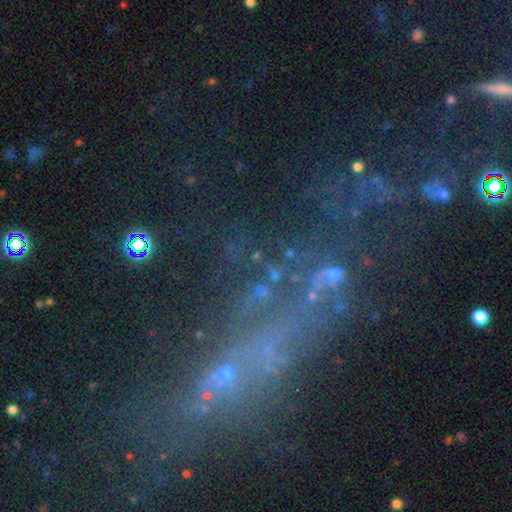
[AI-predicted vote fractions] This appears to be a star or artifact, not a galaxy (50%).